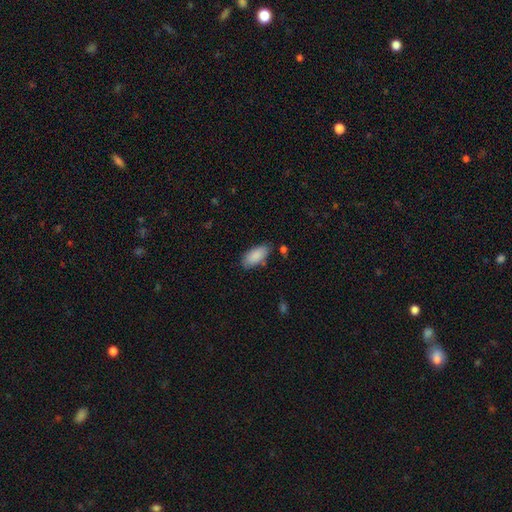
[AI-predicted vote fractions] smooth 89%, star or artifact 6%, featured or disk 5%. Down the decision tree: how rounded — in between (91%); merging — none (78%).